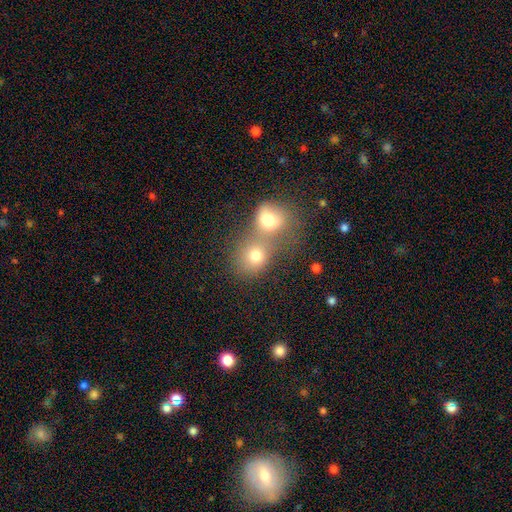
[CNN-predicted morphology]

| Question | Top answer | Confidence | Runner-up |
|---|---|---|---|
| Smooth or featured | smooth | 74% | star or artifact (13%) |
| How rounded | round | 71% | in between (28%) |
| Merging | merger | 60% | none (29%) |